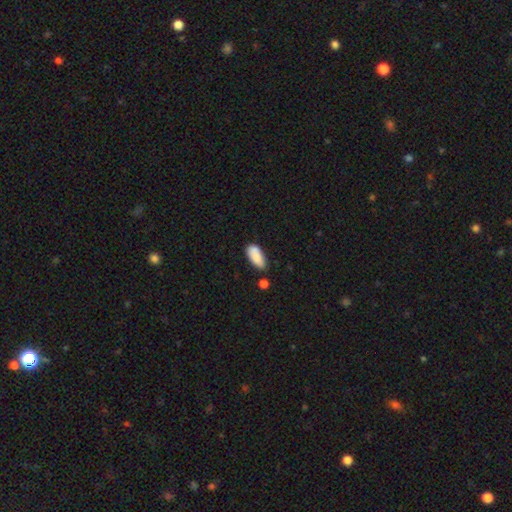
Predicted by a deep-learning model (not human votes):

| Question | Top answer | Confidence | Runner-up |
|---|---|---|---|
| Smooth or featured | smooth | 85% | featured or disk (8%) |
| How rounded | in between | 86% | cigar-shaped (12%) |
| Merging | none | 62% | minor disturbance (24%) |